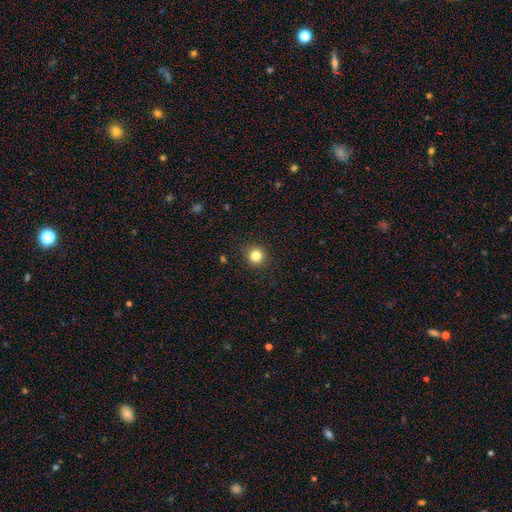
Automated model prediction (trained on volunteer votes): smooth_or_featured: smooth (p=0.83) [alt: star or artifact p=0.12]
how_rounded: round (p=0.94) [alt: in between p=0.05]
merging: none (p=0.92) [alt: minor disturbance p=0.06]